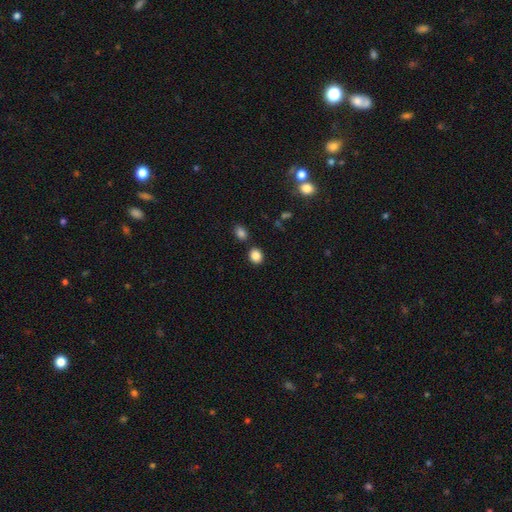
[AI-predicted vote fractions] smooth_or_featured: smooth (p=0.86) [alt: star or artifact p=0.10]
how_rounded: round (p=0.61) [alt: in between p=0.38]
merging: none (p=0.82) [alt: minor disturbance p=0.08]